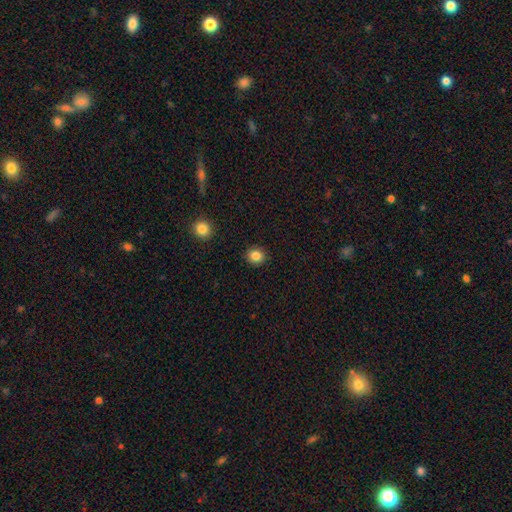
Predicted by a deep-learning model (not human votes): Smooth or featured? smooth (85%)
How rounded? round (84%)
Merging? none (91%)